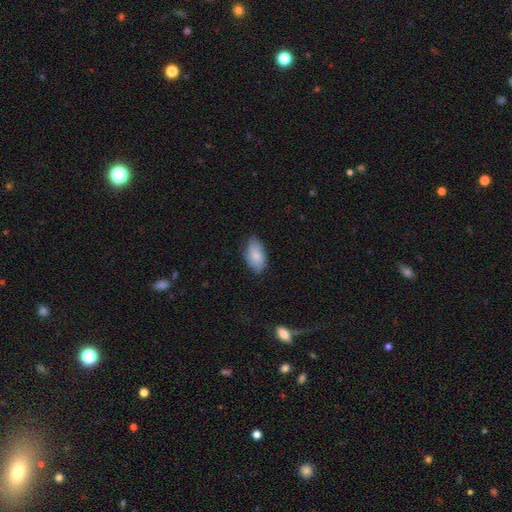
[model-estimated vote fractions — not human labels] Morphology: type=smooth (80%); roundness=in between (94%); merging=none (77%).